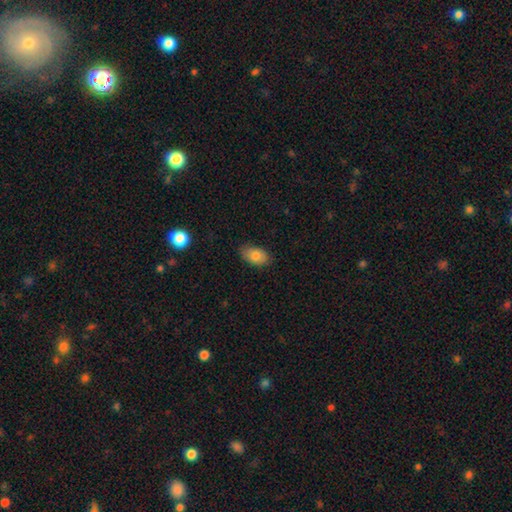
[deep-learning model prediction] This is clearly a smooth galaxy (81%). How rounded: clearly in between (92%). Merging: clearly none (81%).